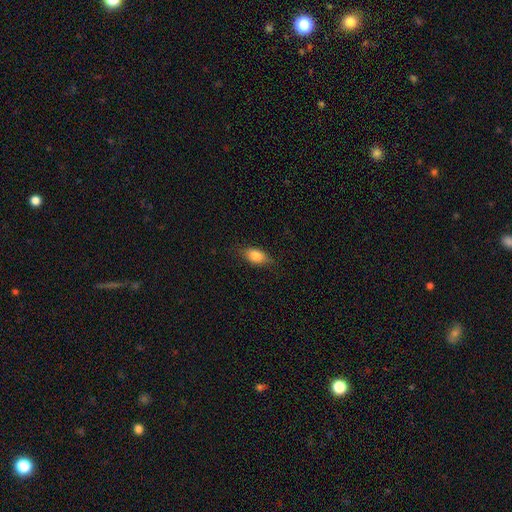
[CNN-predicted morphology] This is clearly a smooth galaxy (81%). How rounded: clearly in between (84%). Merging: likely none (78%).